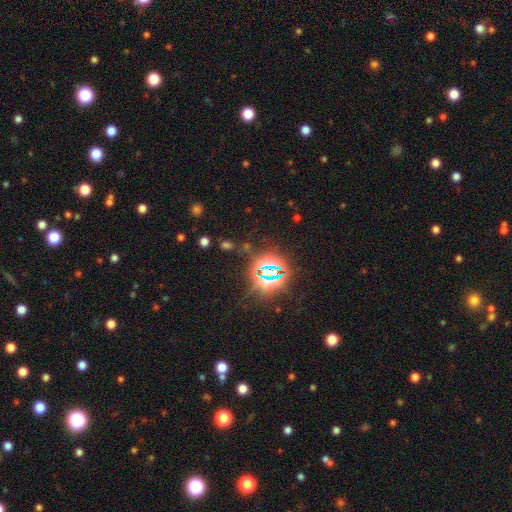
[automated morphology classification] The model was most divided on "smooth or featured": star or artifact: 70%, smooth: 24%, featured or disk: 6%.